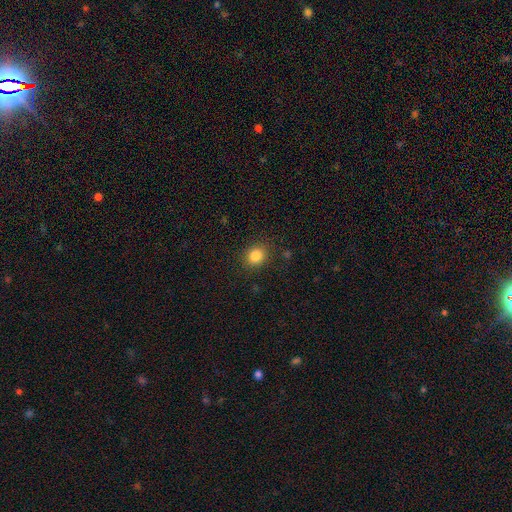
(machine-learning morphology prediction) Smooth or featured? Predicted: smooth (p=0.84). How rounded? Predicted: round (p=0.72). Merging? Predicted: none (p=0.87).